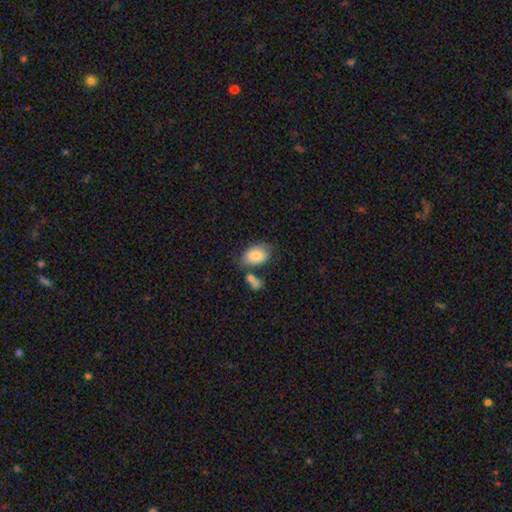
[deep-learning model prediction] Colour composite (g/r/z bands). It shows a smooth galaxy with no disk features (81%) that is in between round and cigar-shaped (90%). Merging: none (54%).